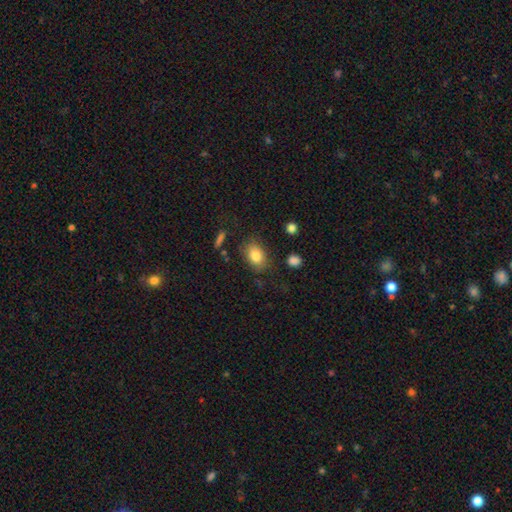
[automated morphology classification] Q: Smooth or featured?
A: smooth (82%); runner-up: featured or disk (10%)
Q: How rounded?
A: in between (79%); runner-up: round (20%)
Q: Merging?
A: none (78%); runner-up: minor disturbance (15%)